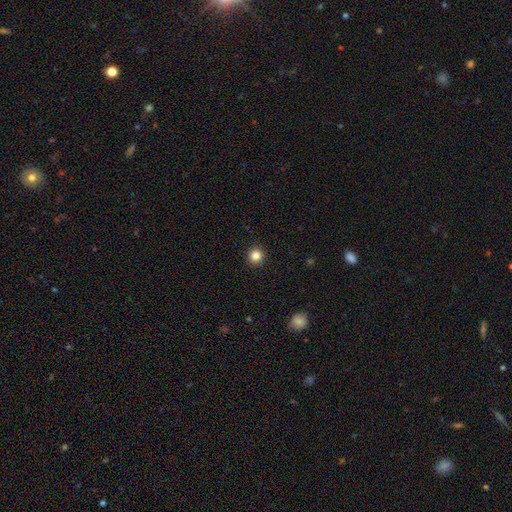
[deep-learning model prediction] A smooth galaxy with no disk features (84%) that is round (95%). Merging: none (93%).